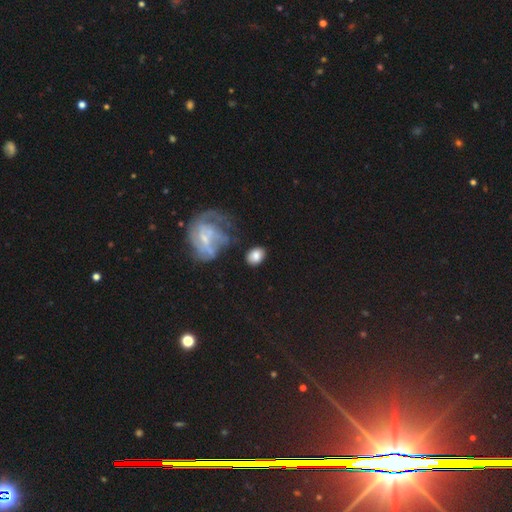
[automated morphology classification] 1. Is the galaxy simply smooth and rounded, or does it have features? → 77% smooth, 15% featured or disk, 8% star or artifact.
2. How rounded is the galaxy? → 65% in between, 34% round, 1% cigar-shaped.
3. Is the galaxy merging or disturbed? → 72% none, 15% minor disturbance, 7% major disturbance, 6% merger.